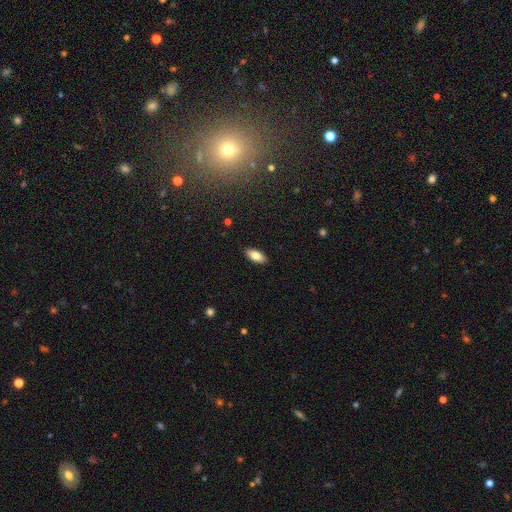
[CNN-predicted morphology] smooth-or-featured: smooth: 81% | featured or disk: 12% | star or artifact: 7%
  how-rounded: in between: 87% | cigar-shaped: 10% | round: 2%
  merging: none: 89% | minor disturbance: 8% | major disturbance: 2% | merger: 1%